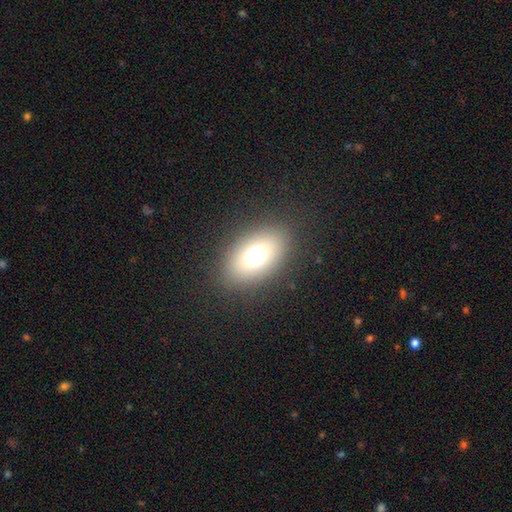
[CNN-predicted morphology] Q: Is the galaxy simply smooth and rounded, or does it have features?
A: smooth — 71%.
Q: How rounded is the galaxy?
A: in between — 84%.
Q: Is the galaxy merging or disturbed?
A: none — 85%.